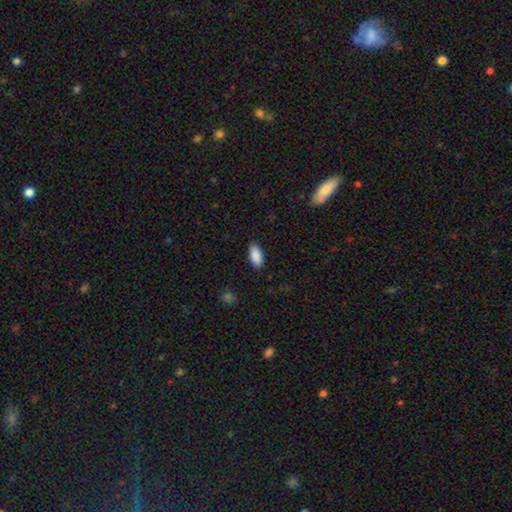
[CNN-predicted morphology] A smooth galaxy with no disk features (90%) that is in between round and cigar-shaped (86%).

Vote fractions:
- Smooth or featured? smooth: 90% / star or artifact: 6% / featured or disk: 4%
- How rounded? in between: 86% / cigar-shaped: 12% / round: 2%
- Merging? none: 88% / minor disturbance: 9% / major disturbance: 2% / merger: 1%